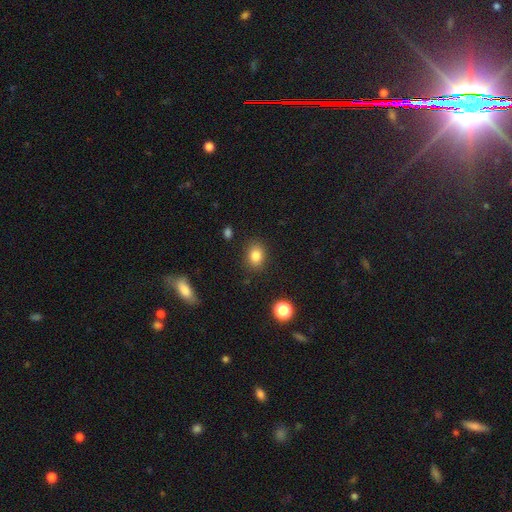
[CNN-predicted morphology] Smooth or featured? smooth (83%)
How rounded? in between (56%)
Merging? none (85%)